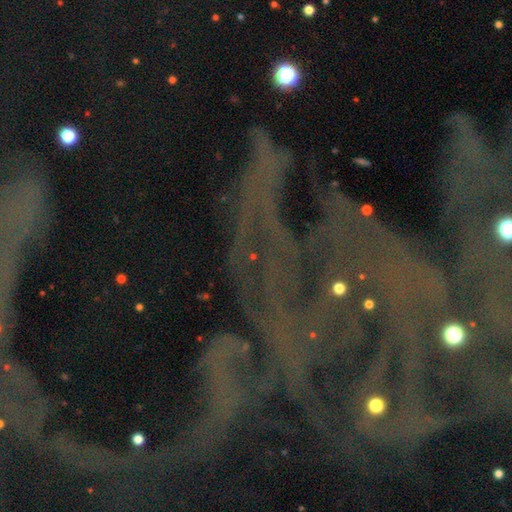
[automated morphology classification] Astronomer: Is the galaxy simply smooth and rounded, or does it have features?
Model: star or artifact — 78%.